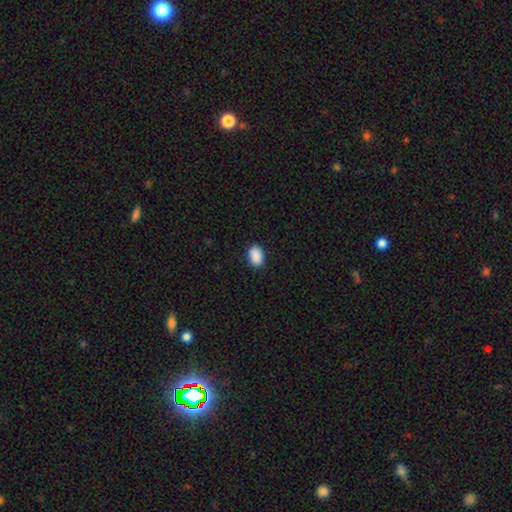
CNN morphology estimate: type=smooth (91%); roundness=in between (88%); merging=none (88%).